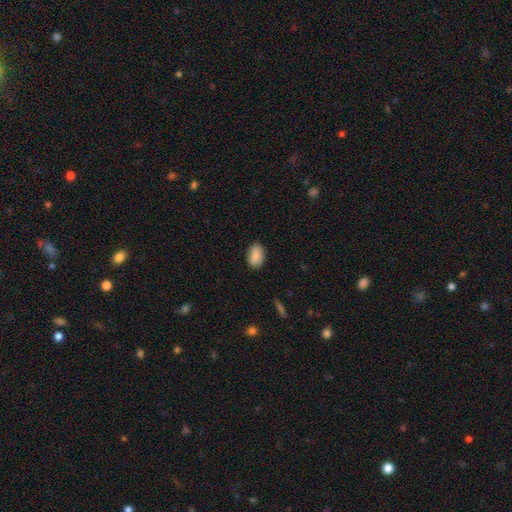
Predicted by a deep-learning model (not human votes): smooth 87%, star or artifact 7%, featured or disk 6%. Down the decision tree: how rounded — in between (90%); merging — none (84%).